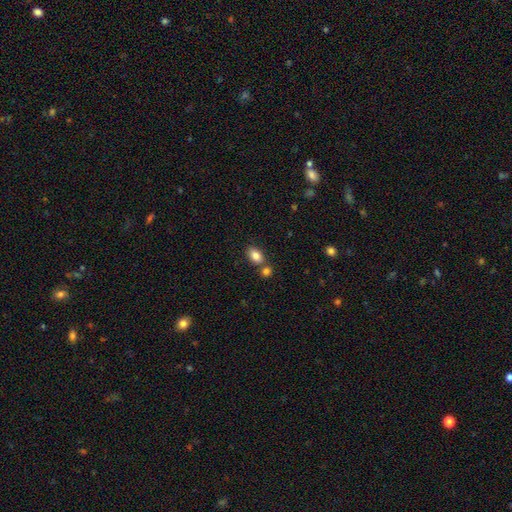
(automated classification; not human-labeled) smooth 84%, star or artifact 8%, featured or disk 7%. Down the decision tree: how rounded — in between (87%); merging — none (64%).